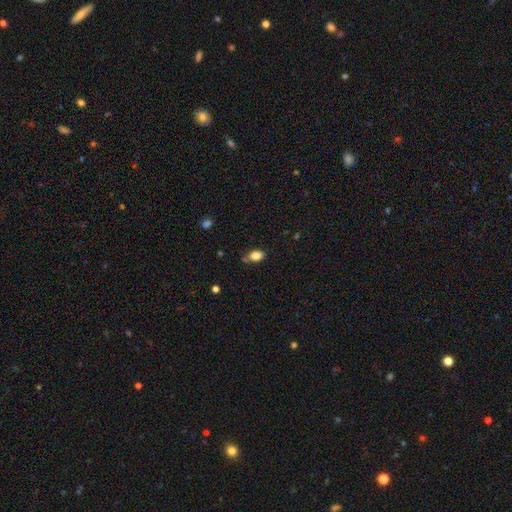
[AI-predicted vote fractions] A smooth galaxy with no disk features (83%) that is in between round and cigar-shaped (84%).

Vote fractions:
- Smooth or featured? smooth: 83% / star or artifact: 9% / featured or disk: 8%
- How rounded? in between: 84% / round: 14% / cigar-shaped: 2%
- Merging? none: 70% / minor disturbance: 20% / merger: 6% / major disturbance: 4%